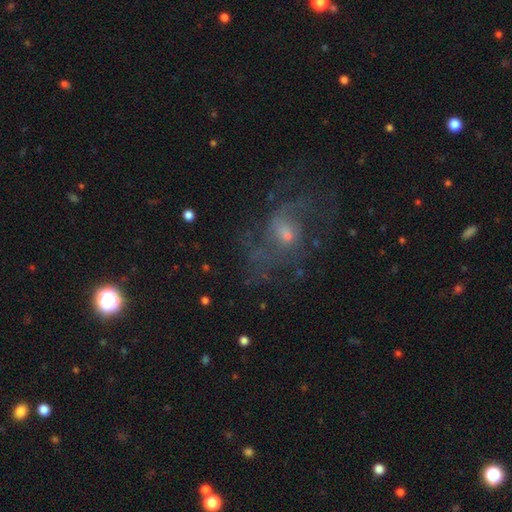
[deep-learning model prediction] The model was most divided on "bulge size": small: 51%, moderate: 39%, none: 5%, large: 4%, dominant: 1%. More confident: edge-on disk — no (95%); spiral arms — yes (80%); merging — none (68%); bar — no (62%); smooth or featured — featured or disk (61%).